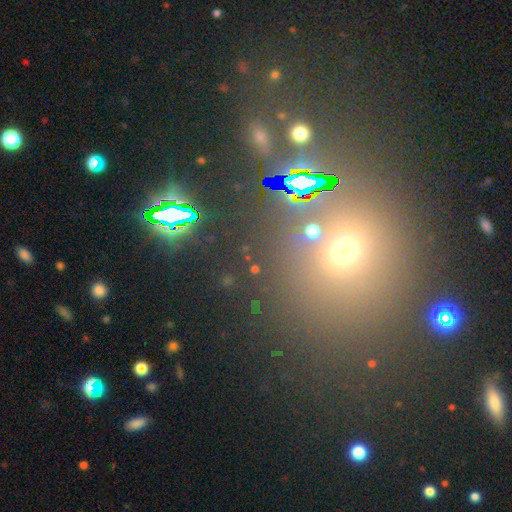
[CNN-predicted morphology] Smooth or featured? star or artifact (54%)